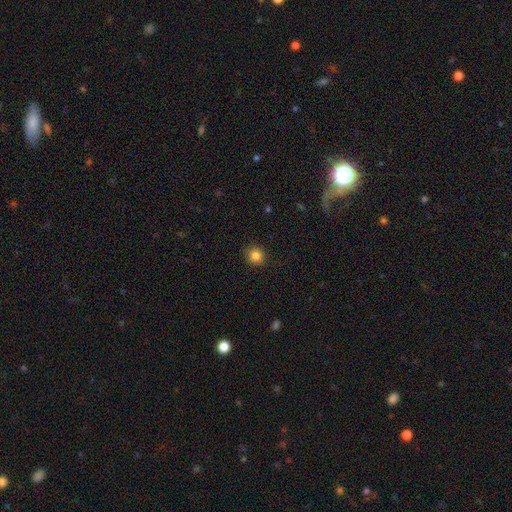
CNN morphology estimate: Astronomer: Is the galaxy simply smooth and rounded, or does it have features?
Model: smooth — 84%.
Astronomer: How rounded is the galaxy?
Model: round — 89%.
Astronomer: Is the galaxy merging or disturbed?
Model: none — 91%.